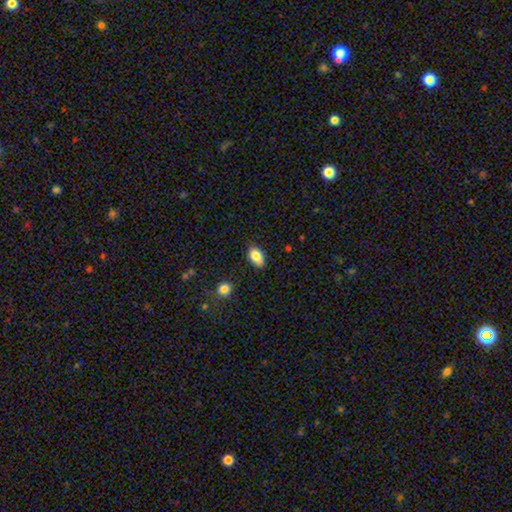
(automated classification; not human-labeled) Smooth or featured: smooth — 85% (star or artifact — 8%)
How rounded: in between — 89% (round — 9%)
Merging: none — 81% (minor disturbance — 15%)